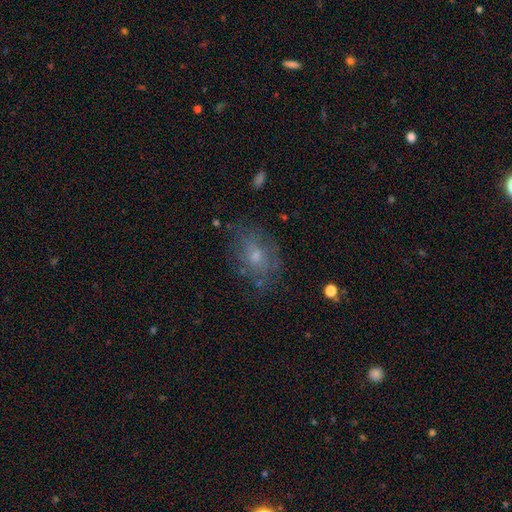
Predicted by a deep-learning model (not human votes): smooth 47%, featured or disk 39%, star or artifact 13%. Down the decision tree: merging — none (64%).